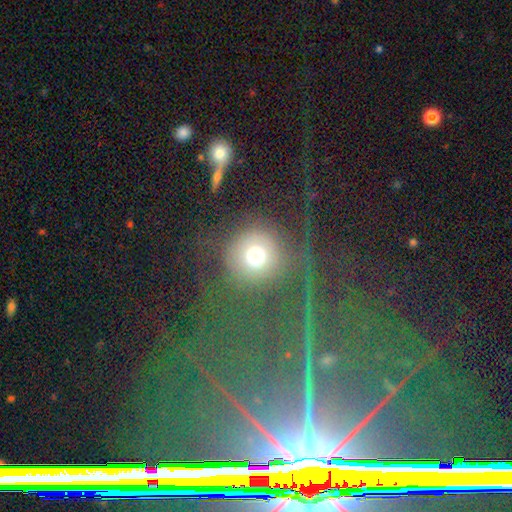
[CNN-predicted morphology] This is likely a smooth galaxy (62%). How rounded: clearly round (93%). Merging: possibly none (56%).